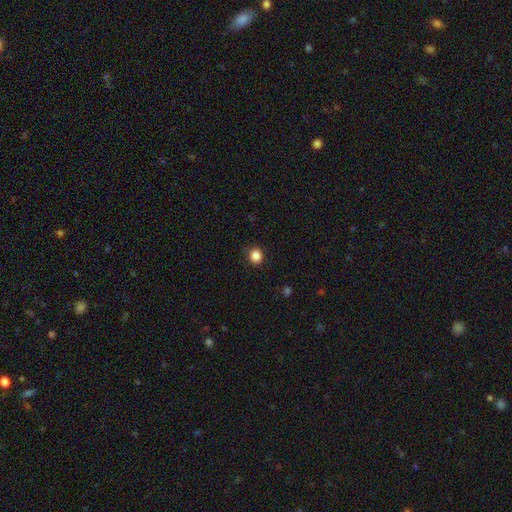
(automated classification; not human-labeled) smooth_or_featured: smooth (p=0.86) [alt: star or artifact p=0.11]
how_rounded: round (p=0.87) [alt: in between p=0.12]
merging: none (p=0.89) [alt: minor disturbance p=0.07]